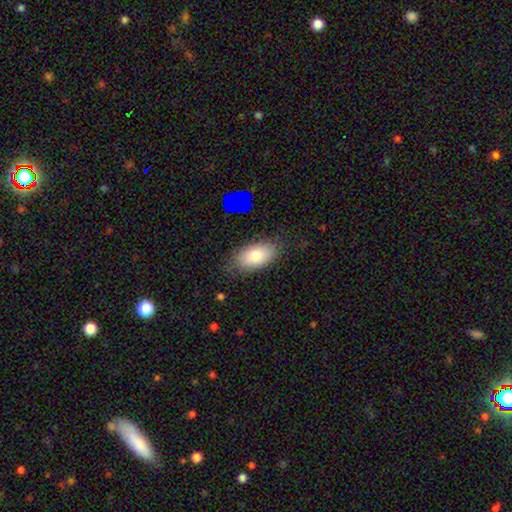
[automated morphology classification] Smooth or featured? smooth (75%)
How rounded? in between (92%)
Merging? none (78%)